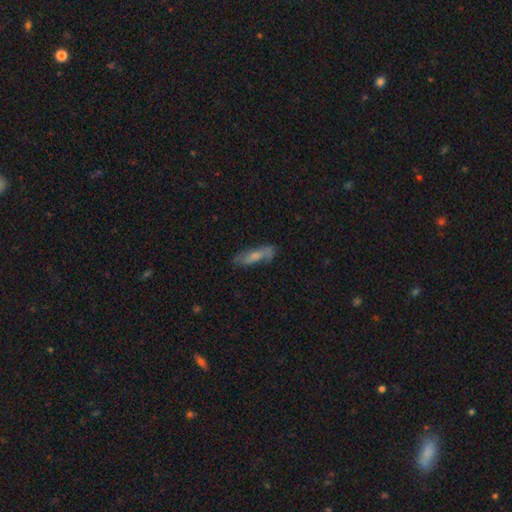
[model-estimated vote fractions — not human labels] Smooth or featured? smooth (46%)
Merging? none (66%)